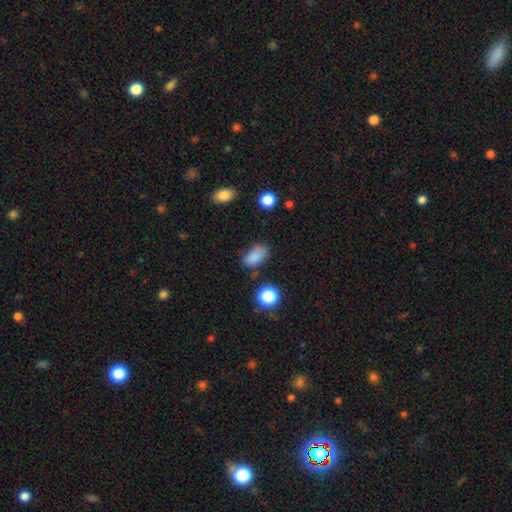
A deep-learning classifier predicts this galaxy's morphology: smooth 83%, star or artifact 11%, featured or disk 5%. Down the decision tree: how rounded — in between (89%); merging — none (64%).